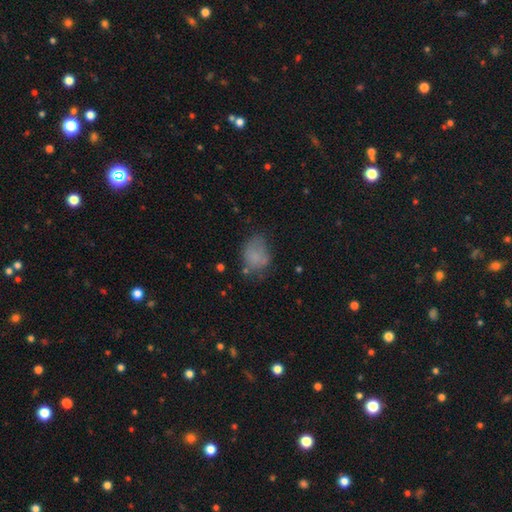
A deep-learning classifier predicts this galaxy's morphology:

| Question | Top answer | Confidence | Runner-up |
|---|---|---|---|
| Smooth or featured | smooth | 71% | featured or disk (17%) |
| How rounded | in between | 62% | round (37%) |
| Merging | none | 44% | minor disturbance (31%) |